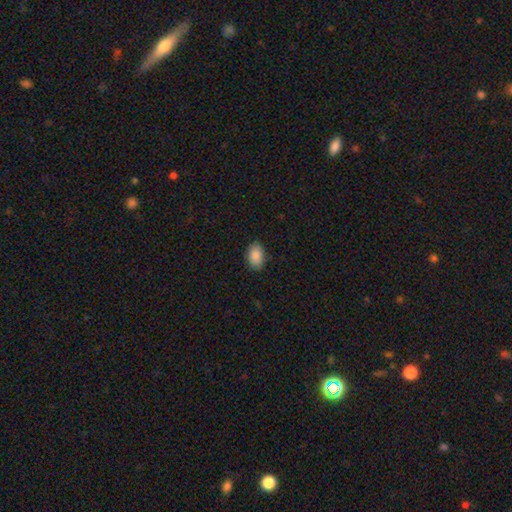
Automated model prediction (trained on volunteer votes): smooth 90%, star or artifact 7%, featured or disk 3%. Down the decision tree: how rounded — in between (88%); merging — none (85%).